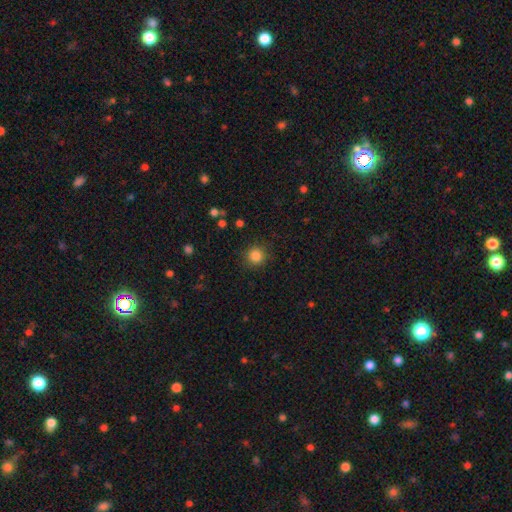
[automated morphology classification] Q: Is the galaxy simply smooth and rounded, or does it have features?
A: smooth — 85%.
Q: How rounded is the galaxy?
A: round — 93%.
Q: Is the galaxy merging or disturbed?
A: none — 89%.